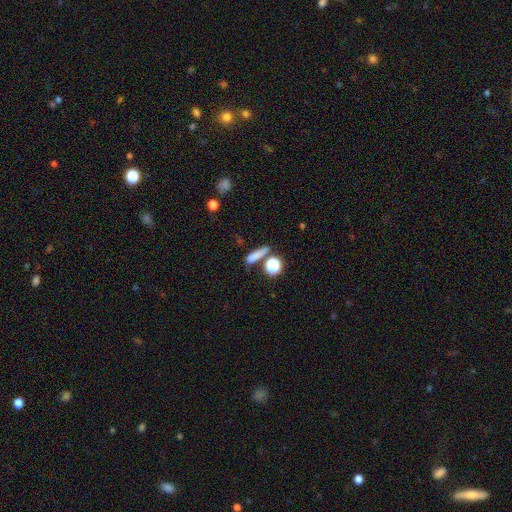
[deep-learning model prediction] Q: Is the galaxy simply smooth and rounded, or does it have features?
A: smooth — 72%.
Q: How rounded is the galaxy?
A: cigar-shaped — 54%.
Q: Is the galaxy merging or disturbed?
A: none — 63%.